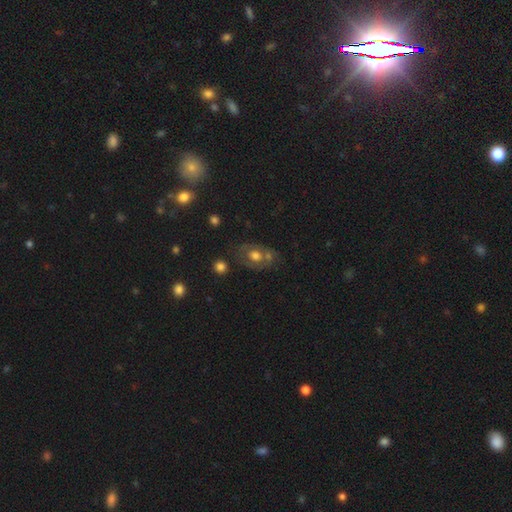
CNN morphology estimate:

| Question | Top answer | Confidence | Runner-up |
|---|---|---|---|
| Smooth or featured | smooth | 47% | featured or disk (42%) |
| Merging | none | 51% | merger (21%) |